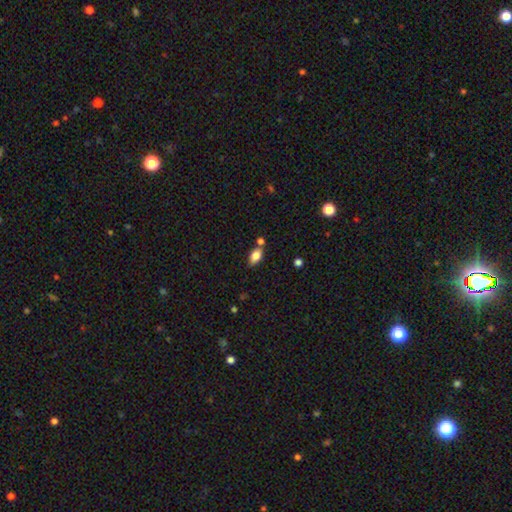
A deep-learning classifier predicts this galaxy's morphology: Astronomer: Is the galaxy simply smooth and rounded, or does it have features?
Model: smooth — 80%.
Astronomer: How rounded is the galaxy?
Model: in between — 87%.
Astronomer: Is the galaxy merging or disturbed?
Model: none — 66%.